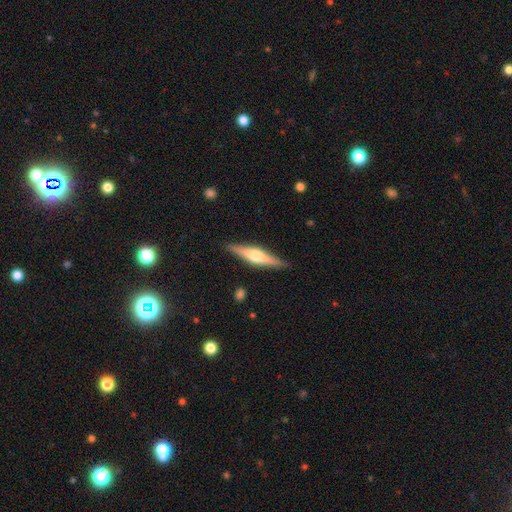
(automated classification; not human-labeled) Smooth or featured? featured or disk (66%)
Edge-on disk? yes (97%)
Edge-on bulge? rounded (89%)
Merging? none (89%)